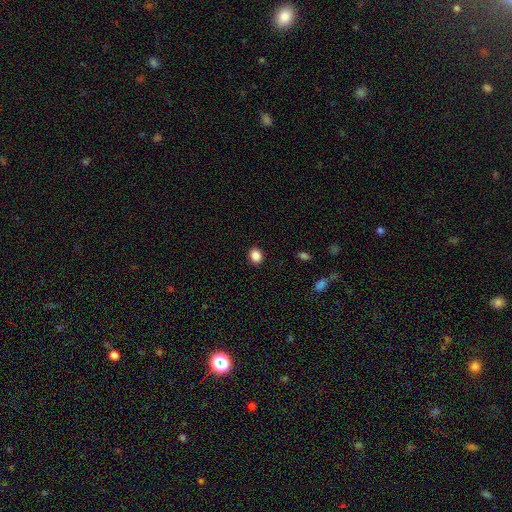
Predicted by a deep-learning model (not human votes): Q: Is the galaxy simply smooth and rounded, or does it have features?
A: smooth — 88%.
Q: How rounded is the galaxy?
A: round — 52%.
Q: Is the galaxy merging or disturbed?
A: none — 90%.